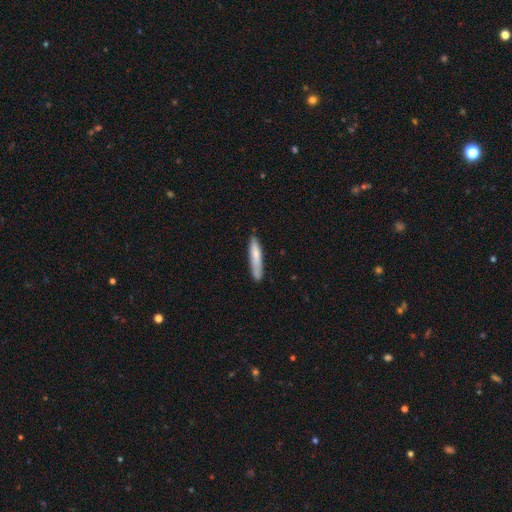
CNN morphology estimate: Overall: smooth (77%). How rounded: cigar-shaped (89%). Merging: none (81%).